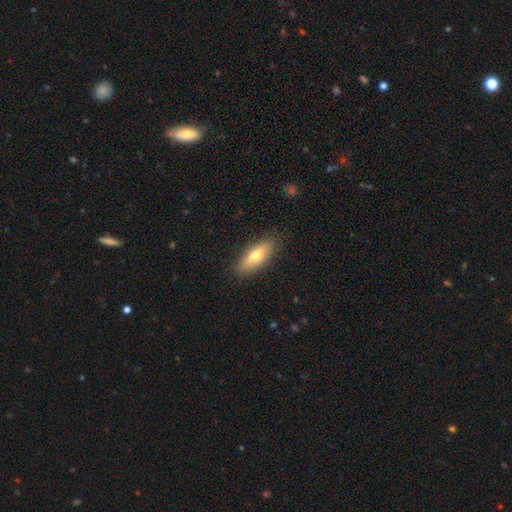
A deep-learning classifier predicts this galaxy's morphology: smooth 64%, featured or disk 29%, star or artifact 7%. Down the decision tree: how rounded — in between (57%); merging — none (87%).